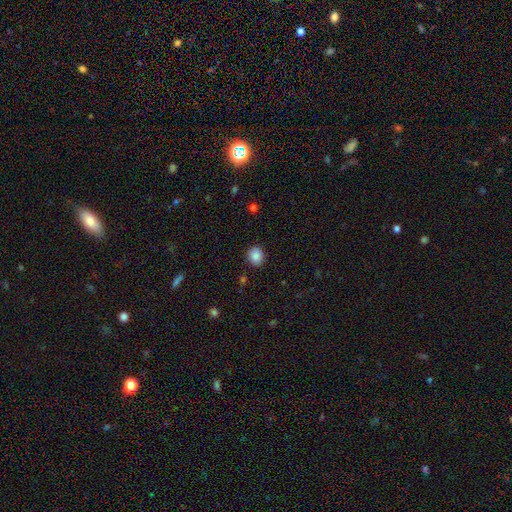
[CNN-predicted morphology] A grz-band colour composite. It shows a smooth galaxy with no disk features (86%) that is round (71%). Merging: none (88%).